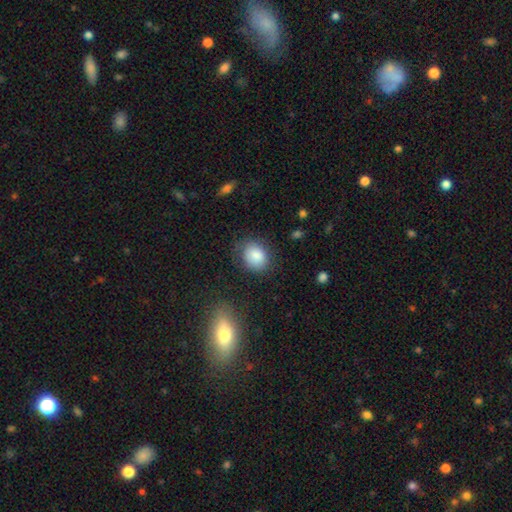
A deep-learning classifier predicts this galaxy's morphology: Overall: smooth (85%). How rounded: round (51%; in between 48%). Merging: none (75%).